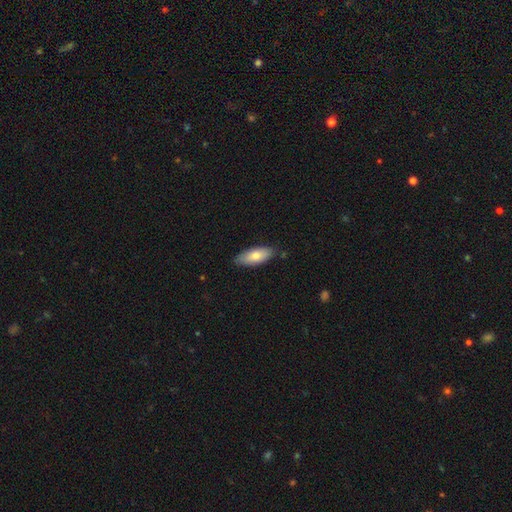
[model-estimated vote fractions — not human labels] smooth-or-featured: smooth: 77% | featured or disk: 17% | star or artifact: 6%
  how-rounded: in between: 79% | cigar-shaped: 19% | round: 2%
  merging: none: 83% | minor disturbance: 13% | major disturbance: 2% | merger: 2%